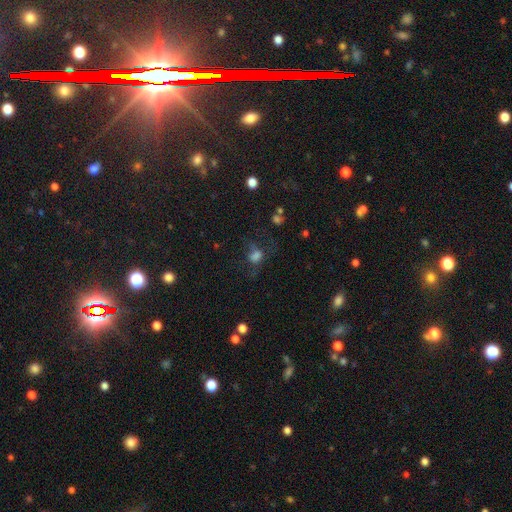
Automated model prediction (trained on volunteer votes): A smooth galaxy with no disk features (61%) that is in between round and cigar-shaped (49%).

Vote fractions:
- Smooth or featured? smooth: 61% / star or artifact: 20% / featured or disk: 19%
- How rounded? in between: 49% / round: 48% / cigar-shaped: 2%
- Merging? none: 42% / major disturbance: 33% / minor disturbance: 19% / merger: 6%